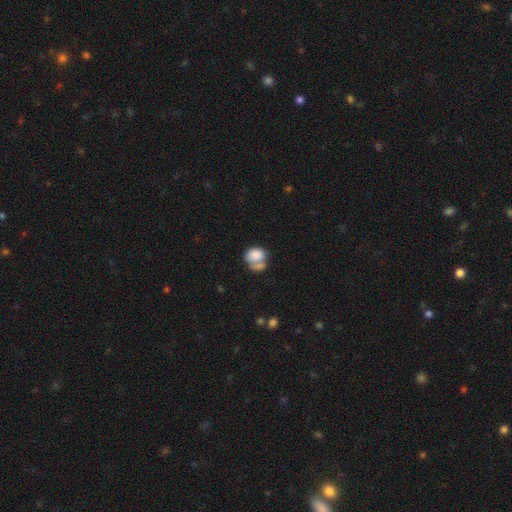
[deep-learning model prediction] Q: Smooth or featured?
A: smooth (77%); runner-up: featured or disk (15%)
Q: How rounded?
A: round (57%); runner-up: in between (42%)
Q: Merging?
A: merger (40%); runner-up: none (31%)